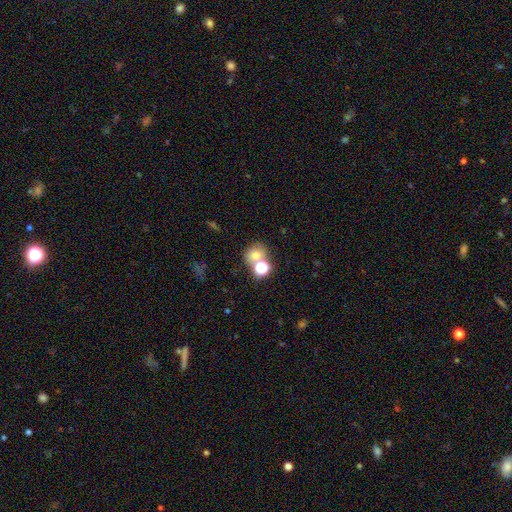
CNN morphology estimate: A smooth galaxy with no disk features (67%) that is round (74%). Merging: none (47%).